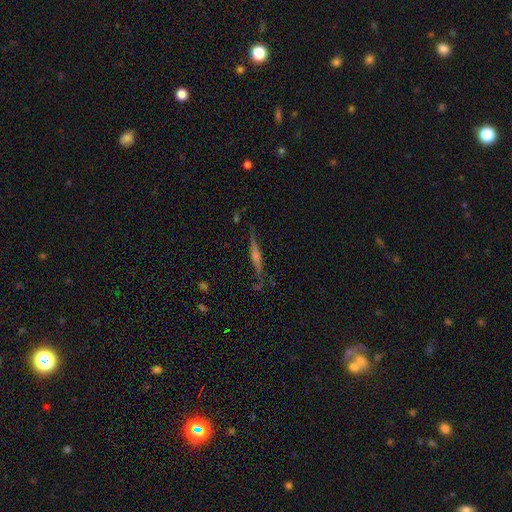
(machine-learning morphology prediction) Smooth or featured: featured or disk — 66% (smooth — 25%)
Edge-on disk: yes — 96% (no — 4%)
Edge-on bulge: rounded — 57% (none — 27%)
Merging: none — 82% (minor disturbance — 13%)